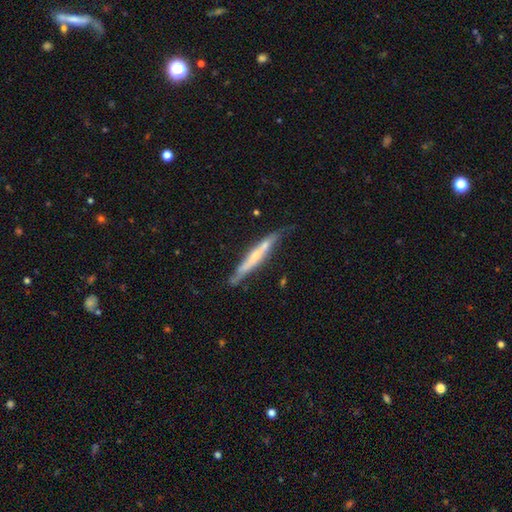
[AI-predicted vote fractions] Smooth or featured? featured or disk (60%)
Edge-on disk? yes (91%)
Edge-on bulge? none (48%)
Merging? none (66%)